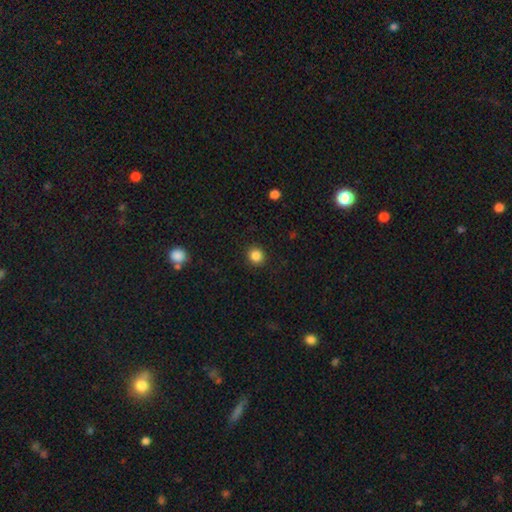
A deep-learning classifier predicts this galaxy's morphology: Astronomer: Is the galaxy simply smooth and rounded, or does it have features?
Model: smooth — 85%.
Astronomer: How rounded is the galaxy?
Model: round — 91%.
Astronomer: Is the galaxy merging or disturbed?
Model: none — 92%.